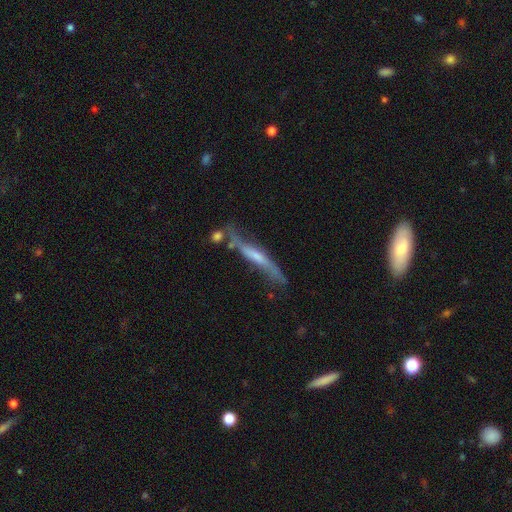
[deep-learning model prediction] Morphology: type=featured or disk (68%); edge-on=yes (79%); edge-on bulge=rounded (43%); merging=none (52%).